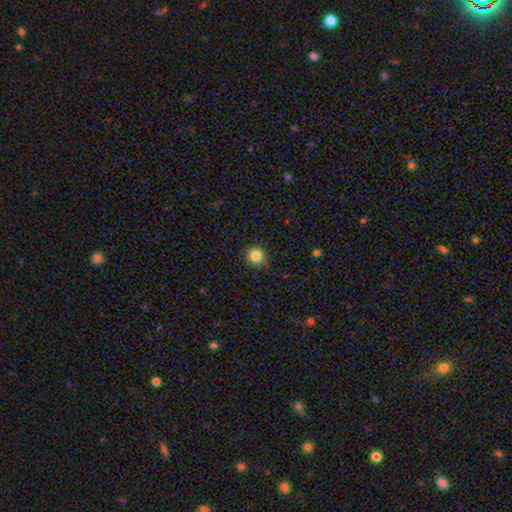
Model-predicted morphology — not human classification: Q: Smooth or featured?
A: smooth (84%); runner-up: star or artifact (12%)
Q: How rounded?
A: round (91%); runner-up: in between (8%)
Q: Merging?
A: none (87%); runner-up: minor disturbance (10%)